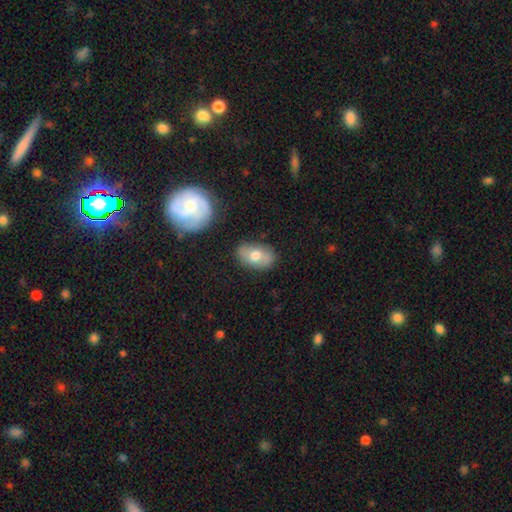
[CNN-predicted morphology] The model was most divided on "smooth or featured": smooth: 67%, featured or disk: 25%, star or artifact: 7%. More confident: how rounded — in between (88%); merging — none (80%).